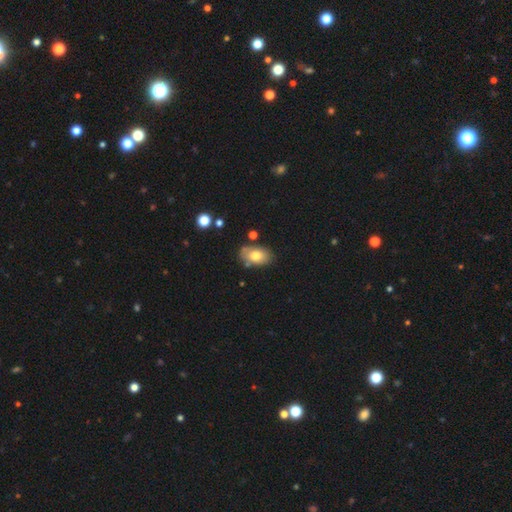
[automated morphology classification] Overall: smooth (76%). How rounded: in between (89%). Merging: none (73%).